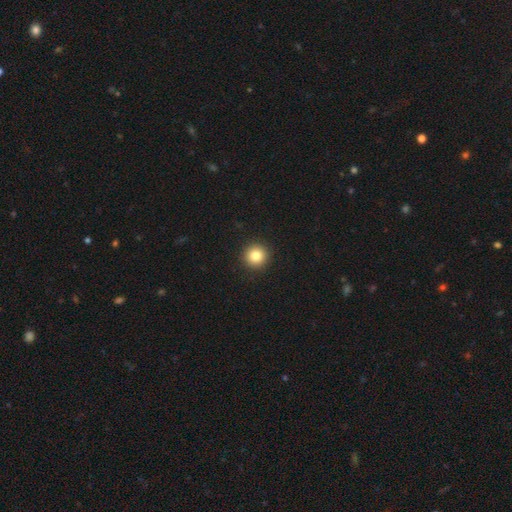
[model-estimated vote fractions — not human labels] Smooth or featured? smooth (83%)
How rounded? round (95%)
Merging? none (93%)